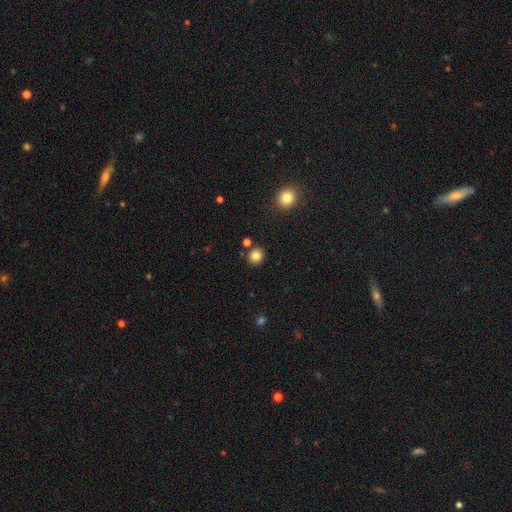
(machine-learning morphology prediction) Smooth or featured?
  - smooth: 83% *
  - star or artifact: 12%
  - featured or disk: 5%
How rounded?
  - round: 85% *
  - in between: 14%
  - cigar-shaped: 1%
Merging?
  - none: 86% *
  - minor disturbance: 7%
  - merger: 5%
  - major disturbance: 2%